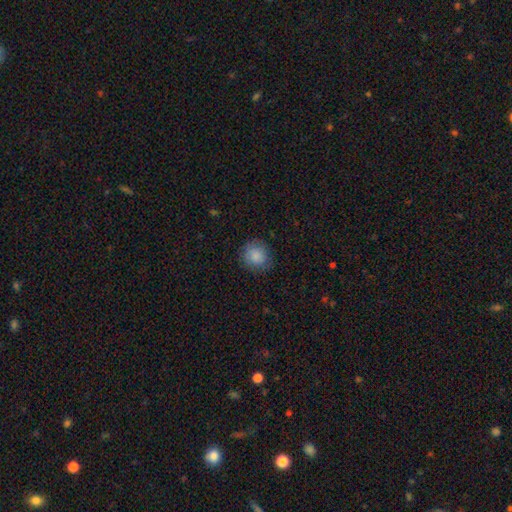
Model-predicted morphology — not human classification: Smooth or featured: smooth — 86% (star or artifact — 8%)
How rounded: round — 90% (in between — 9%)
Merging: none — 84% (minor disturbance — 12%)